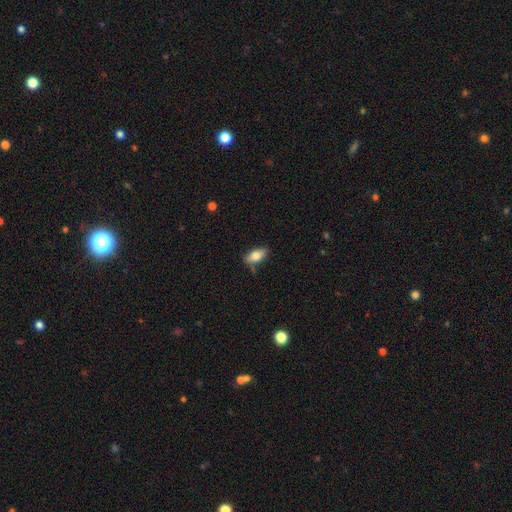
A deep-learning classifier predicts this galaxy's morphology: smooth-or-featured: smooth: 77% | featured or disk: 15% | star or artifact: 7%
  how-rounded: in between: 86% | cigar-shaped: 10% | round: 3%
  merging: none: 74% | minor disturbance: 18% | merger: 4% | major disturbance: 3%